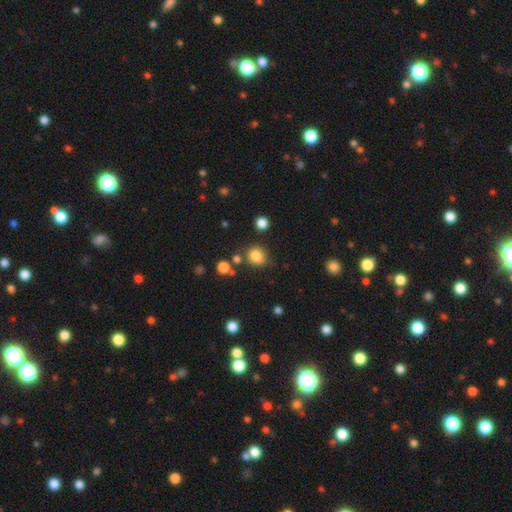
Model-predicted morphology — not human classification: The model was most divided on "merging": none: 74%, minor disturbance: 15%, merger: 7%, major disturbance: 4%. More confident: smooth or featured — smooth (82%); how rounded — round (81%).